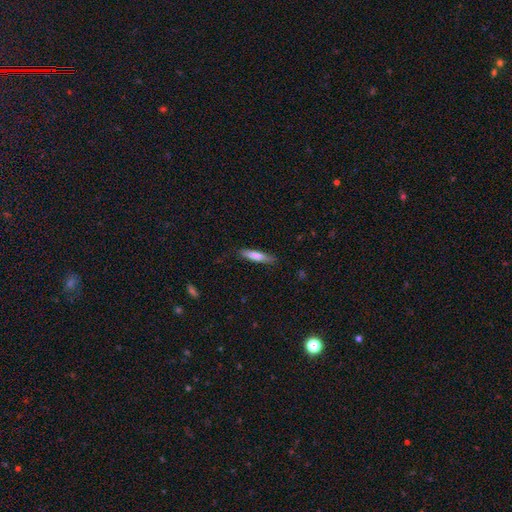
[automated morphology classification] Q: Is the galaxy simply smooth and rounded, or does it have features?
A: smooth — 78%.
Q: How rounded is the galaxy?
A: cigar-shaped — 77%.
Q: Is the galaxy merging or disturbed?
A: none — 81%.